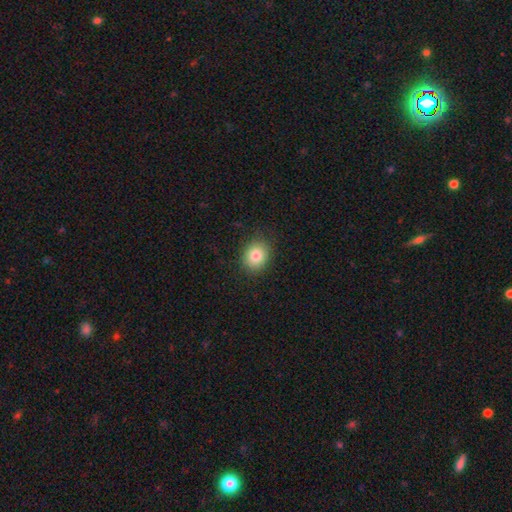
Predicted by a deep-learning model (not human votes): The model was most divided on "how rounded": round: 65%, in between: 35%, cigar-shaped: 1%. More confident: merging — none (87%); smooth or featured — smooth (82%).